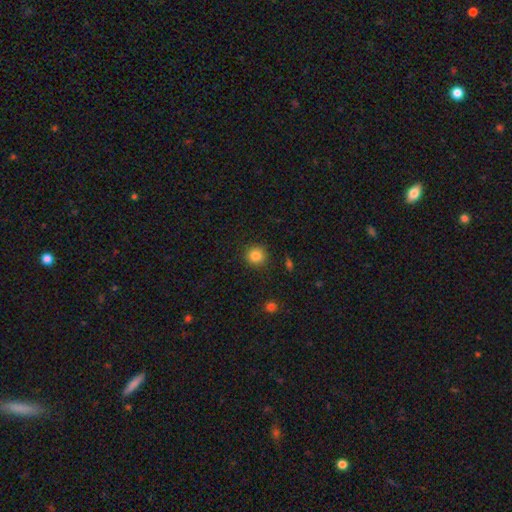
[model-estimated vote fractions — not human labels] This appears to be a smooth galaxy with no disk features (84%) that is round (92%). Merging: none (89%).